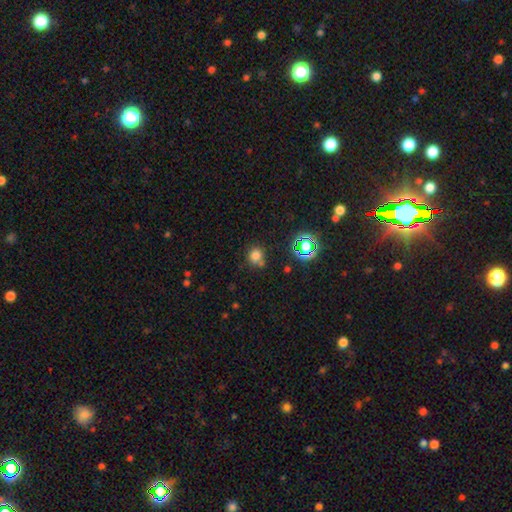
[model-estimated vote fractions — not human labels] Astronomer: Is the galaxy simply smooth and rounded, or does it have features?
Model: smooth — 75%.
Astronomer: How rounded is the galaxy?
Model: round — 81%.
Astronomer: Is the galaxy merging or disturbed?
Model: none — 66%.